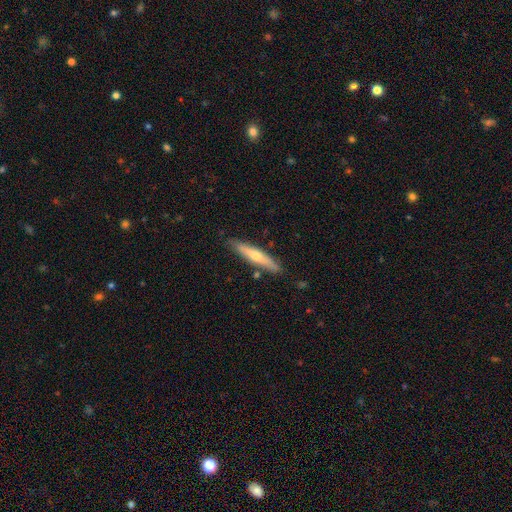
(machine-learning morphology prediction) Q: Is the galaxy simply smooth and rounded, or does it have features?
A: featured or disk — 50%.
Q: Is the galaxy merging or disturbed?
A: none — 86%.